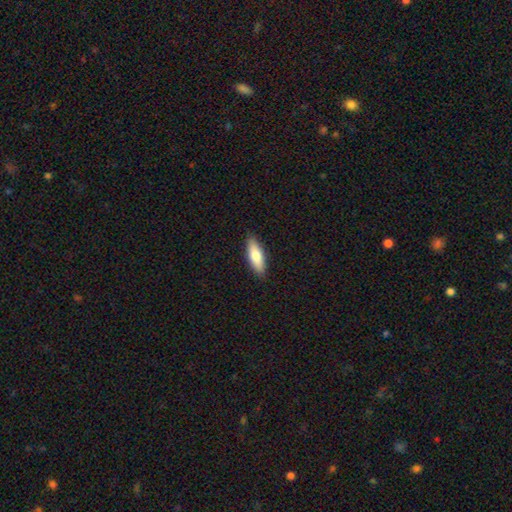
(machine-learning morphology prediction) Smooth or featured? smooth (76%)
How rounded? in between (57%)
Merging? none (89%)